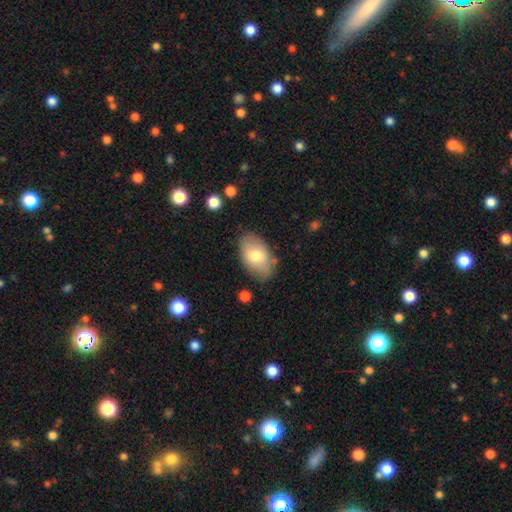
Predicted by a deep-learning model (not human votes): smooth-or-featured: smooth: 73% | featured or disk: 21% | star or artifact: 7%
  how-rounded: in between: 93% | round: 6% | cigar-shaped: 1%
  merging: none: 78% | minor disturbance: 16% | major disturbance: 4% | merger: 2%